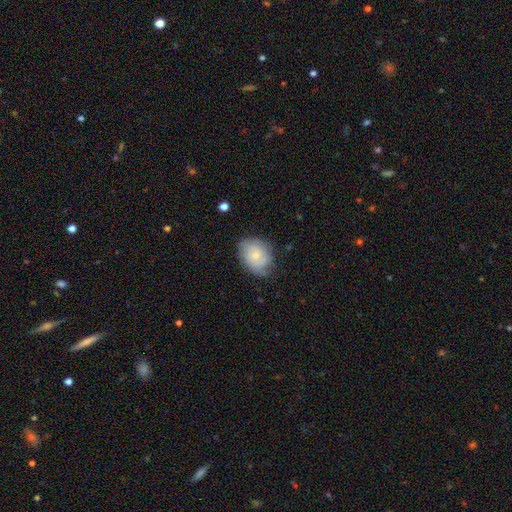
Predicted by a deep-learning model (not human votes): smooth 66%, featured or disk 27%, star or artifact 7%. Down the decision tree: how rounded — in between (59%); merging — none (66%).